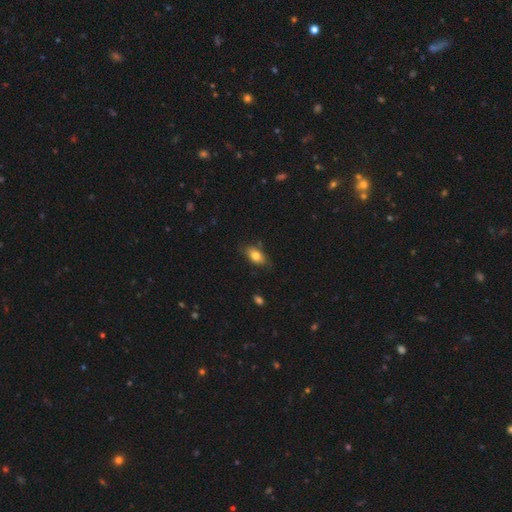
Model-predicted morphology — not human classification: A smooth galaxy with no disk features (77%) that is in between round and cigar-shaped (88%).

Vote fractions:
- Smooth or featured? smooth: 77% / featured or disk: 15% / star or artifact: 8%
- How rounded? in between: 88% / round: 8% / cigar-shaped: 4%
- Merging? none: 73% / minor disturbance: 21% / major disturbance: 4% / merger: 2%